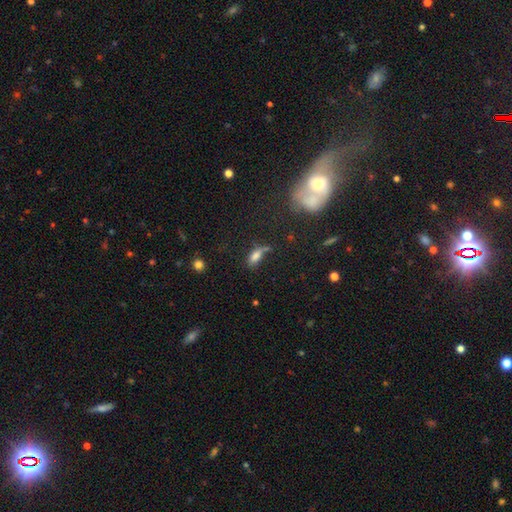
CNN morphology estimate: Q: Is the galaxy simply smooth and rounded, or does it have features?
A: smooth — 73%.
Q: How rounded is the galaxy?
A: in between — 72%.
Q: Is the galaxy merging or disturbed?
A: none — 46%.